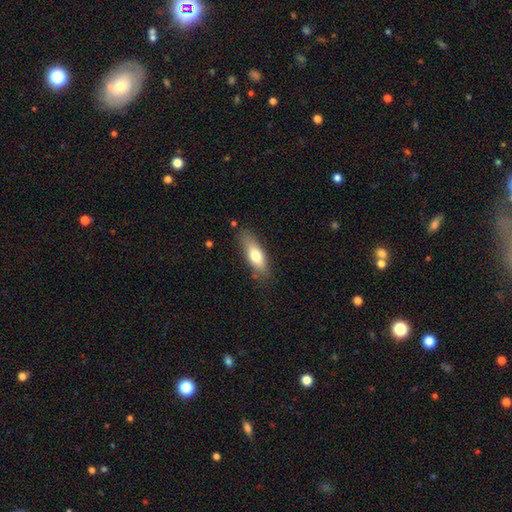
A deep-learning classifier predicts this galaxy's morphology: Smooth or featured: smooth — 68% (featured or disk — 25%)
How rounded: in between — 57% (cigar-shaped — 40%)
Merging: none — 79% (minor disturbance — 15%)